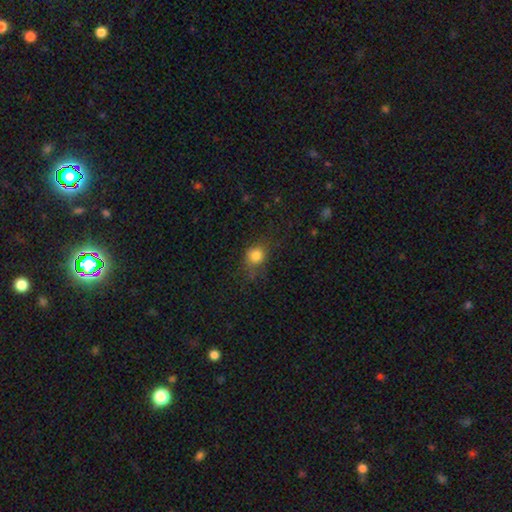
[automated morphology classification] Smooth or featured? smooth (80%)
How rounded? round (71%)
Merging? none (62%)